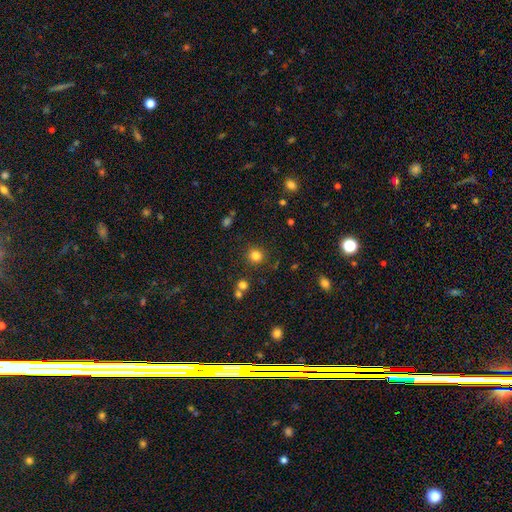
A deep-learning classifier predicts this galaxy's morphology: smooth-or-featured: smooth: 81% | star or artifact: 14% | featured or disk: 5%
  how-rounded: round: 91% | in between: 8% | cigar-shaped: 1%
  merging: none: 85% | minor disturbance: 7% | merger: 4% | major disturbance: 3%